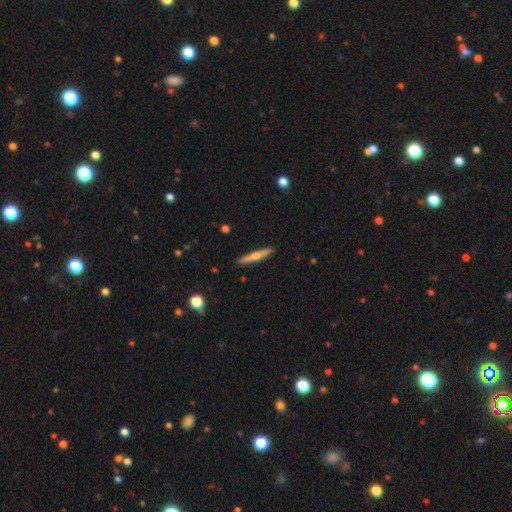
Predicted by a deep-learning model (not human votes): Q: Smooth or featured?
A: smooth (59%); runner-up: featured or disk (35%)
Q: How rounded?
A: cigar-shaped (93%); runner-up: in between (5%)
Q: Merging?
A: none (90%); runner-up: minor disturbance (7%)